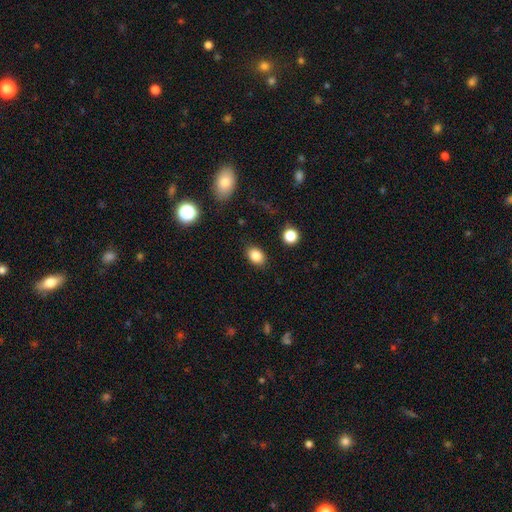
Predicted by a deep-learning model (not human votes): A smooth galaxy with no disk features (85%) that is in between round and cigar-shaped (72%).

Vote fractions:
- Smooth or featured? smooth: 85% / star or artifact: 10% / featured or disk: 5%
- How rounded? in between: 72% / round: 27% / cigar-shaped: 1%
- Merging? none: 86% / minor disturbance: 10% / major disturbance: 3% / merger: 2%